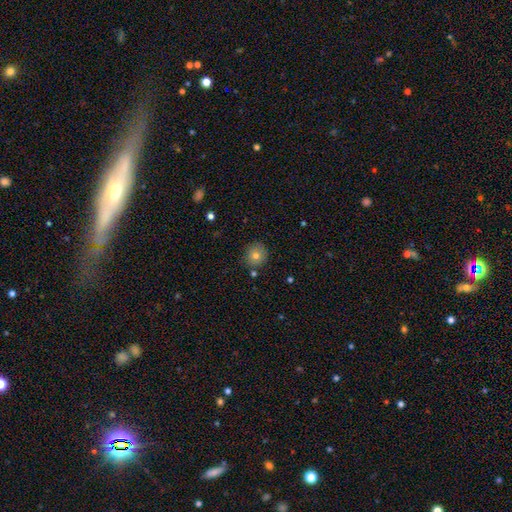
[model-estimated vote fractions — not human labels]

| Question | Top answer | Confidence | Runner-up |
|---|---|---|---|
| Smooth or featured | smooth | 77% | featured or disk (12%) |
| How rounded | round | 88% | in between (11%) |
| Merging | none | 83% | minor disturbance (10%) |